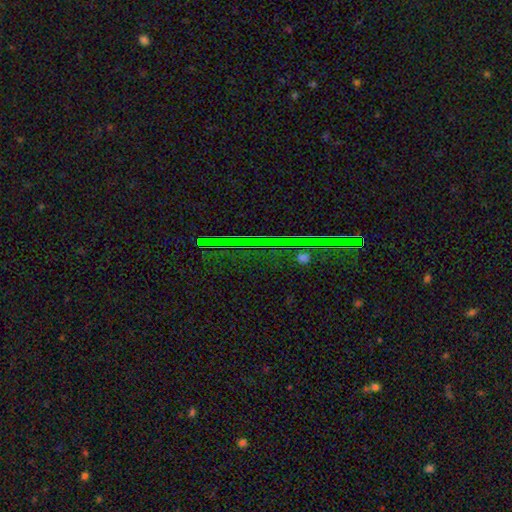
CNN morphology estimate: A star or artifact, not a galaxy (74%).

Vote fractions:
- Smooth or featured? star or artifact: 74% / featured or disk: 15% / smooth: 11%